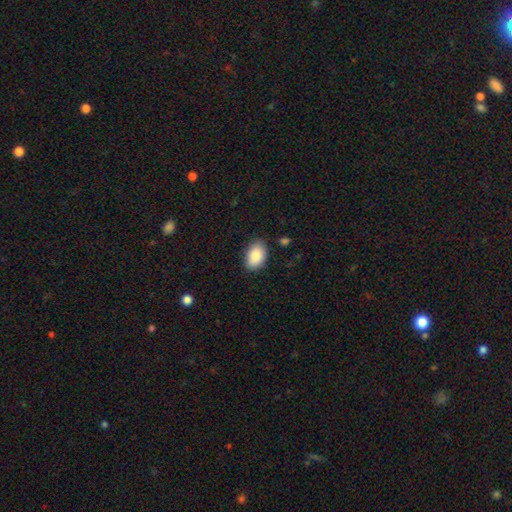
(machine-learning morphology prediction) Smooth or featured?
  - smooth: 87% *
  - star or artifact: 7%
  - featured or disk: 6%
How rounded?
  - in between: 89% *
  - round: 10%
  - cigar-shaped: 1%
Merging?
  - none: 82% *
  - minor disturbance: 13%
  - major disturbance: 3%
  - merger: 2%